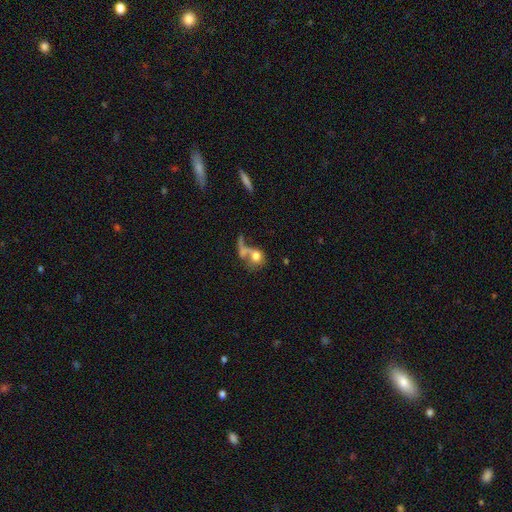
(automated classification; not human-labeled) This appears to be a smooth galaxy with no disk features (59%) that is round (62%). Merging: merger (42%).